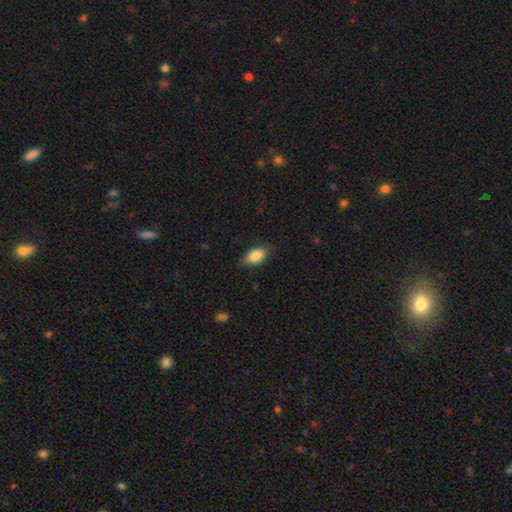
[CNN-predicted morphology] A smooth galaxy with no disk features (88%) that is in between round and cigar-shaped (91%).

Vote fractions:
- Smooth or featured? smooth: 88% / star or artifact: 7% / featured or disk: 5%
- How rounded? in between: 91% / round: 6% / cigar-shaped: 4%
- Merging? none: 75% / minor disturbance: 21% / major disturbance: 4% / merger: 1%